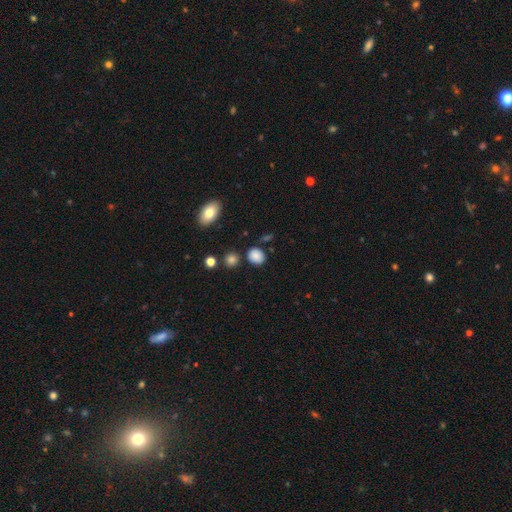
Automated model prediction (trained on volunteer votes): smooth 86%, star or artifact 10%, featured or disk 4%. Down the decision tree: how rounded — round (61%); merging — none (81%).